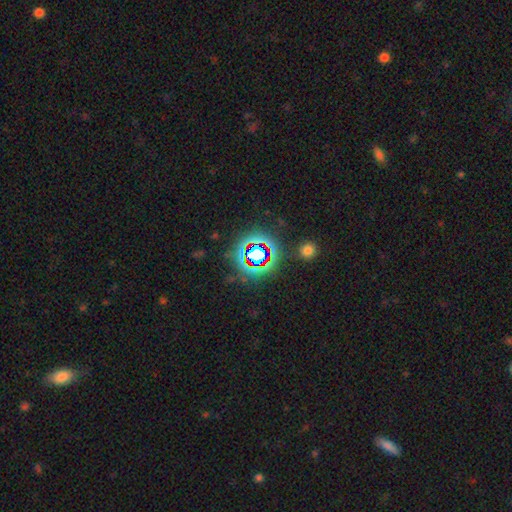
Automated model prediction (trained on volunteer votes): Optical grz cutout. It shows a star or artifact, not a galaxy (74%).